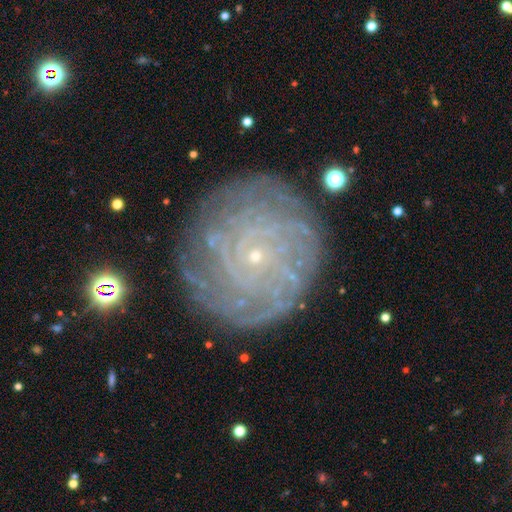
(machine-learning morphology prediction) featured or disk 80%, smooth 12%, star or artifact 9%. Down the decision tree: edge-on disk — no (97%); bar — no (78%); spiral arms — yes (94%); spiral arm count — can't tell (34%); spiral winding — tight (82%); bulge size — small (91%); merging — none (82%).